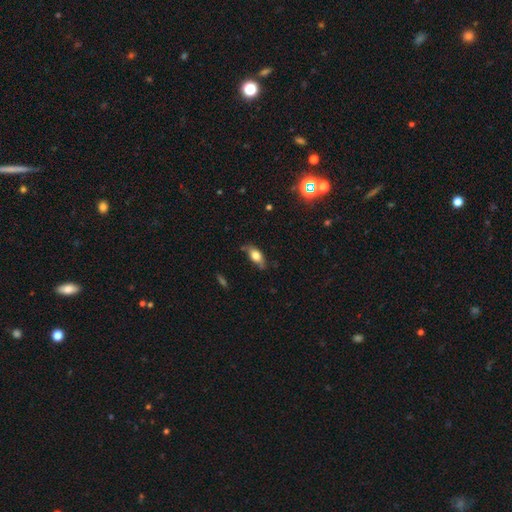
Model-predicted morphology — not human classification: A smooth galaxy with no disk features (69%) that is in between round and cigar-shaped (82%).

Vote fractions:
- Smooth or featured? smooth: 69% / featured or disk: 23% / star or artifact: 8%
- How rounded? in between: 82% / cigar-shaped: 14% / round: 4%
- Merging? none: 68% / minor disturbance: 24% / major disturbance: 5% / merger: 3%